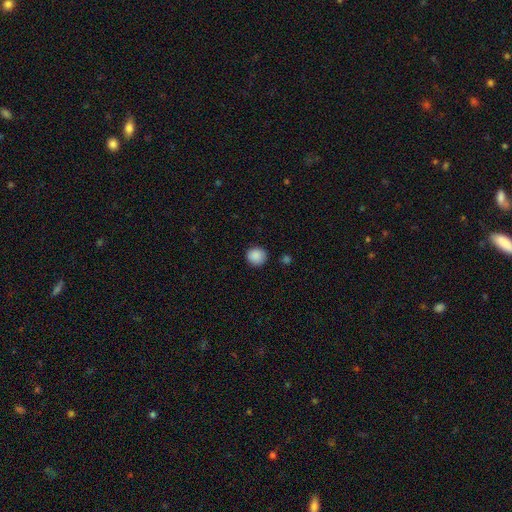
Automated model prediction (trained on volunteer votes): Q: Smooth or featured?
A: smooth (88%); runner-up: star or artifact (9%)
Q: How rounded?
A: round (89%); runner-up: in between (10%)
Q: Merging?
A: none (89%); runner-up: minor disturbance (7%)